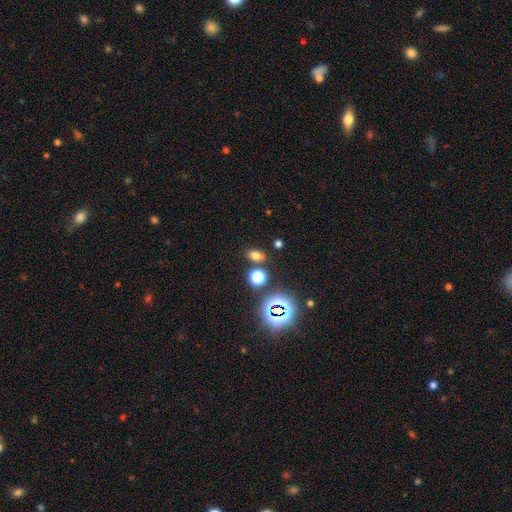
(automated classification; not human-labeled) Smooth or featured? Predicted: smooth (p=0.63). How rounded? Predicted: in between (p=0.73). Merging? Predicted: none (p=0.78).